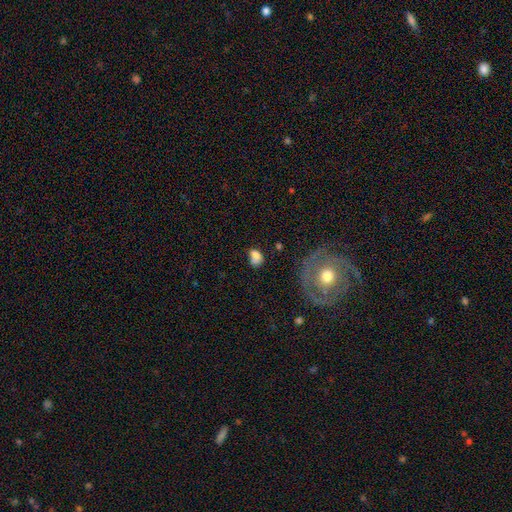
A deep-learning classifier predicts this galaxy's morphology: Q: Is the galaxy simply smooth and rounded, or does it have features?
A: smooth — 75%.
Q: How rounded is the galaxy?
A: in between — 66%.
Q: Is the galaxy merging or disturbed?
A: none — 42%.